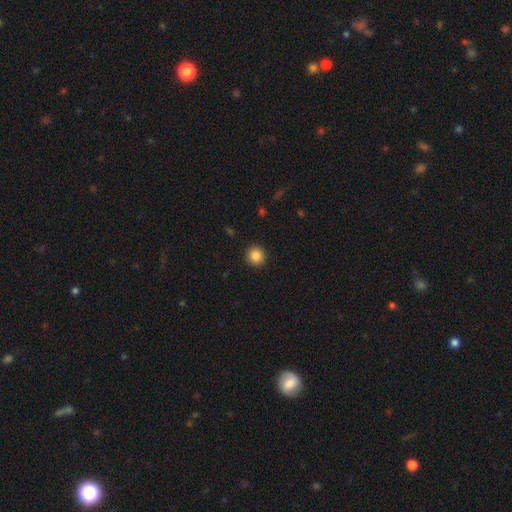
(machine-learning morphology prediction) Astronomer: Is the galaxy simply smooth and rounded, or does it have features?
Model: smooth — 86%.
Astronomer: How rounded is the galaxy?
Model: round — 94%.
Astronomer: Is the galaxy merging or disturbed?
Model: none — 93%.